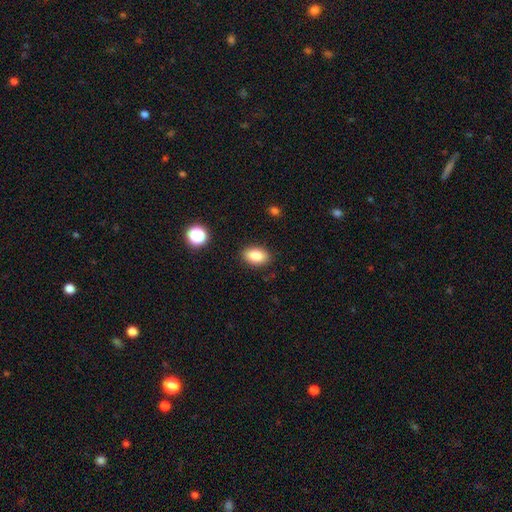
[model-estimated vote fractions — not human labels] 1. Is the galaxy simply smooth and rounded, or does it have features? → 84% smooth, 9% star or artifact, 7% featured or disk.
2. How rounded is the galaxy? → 87% in between, 12% round, 1% cigar-shaped.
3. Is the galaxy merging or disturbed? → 88% none, 8% minor disturbance, 2% major disturbance, 1% merger.